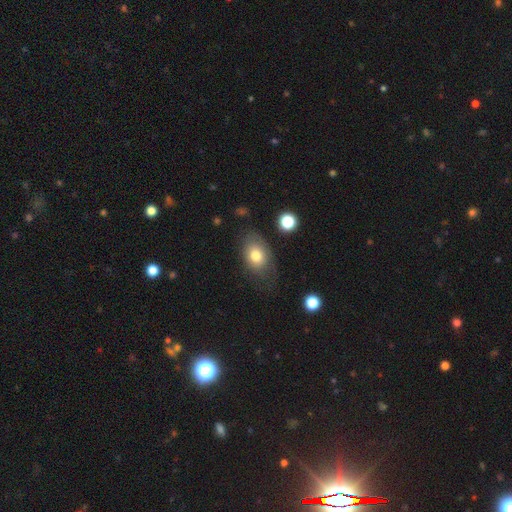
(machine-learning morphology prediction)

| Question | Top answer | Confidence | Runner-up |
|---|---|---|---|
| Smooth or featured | smooth | 74% | featured or disk (17%) |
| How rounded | in between | 79% | round (20%) |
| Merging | none | 63% | minor disturbance (24%) |